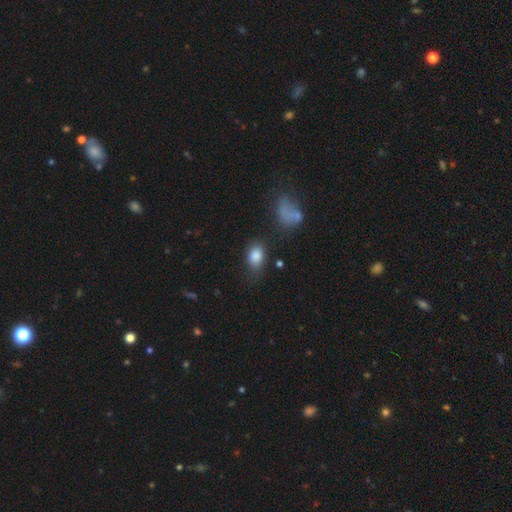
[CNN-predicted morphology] A smooth galaxy with no disk features (85%) that is in between round and cigar-shaped (80%). Merging: none (68%).